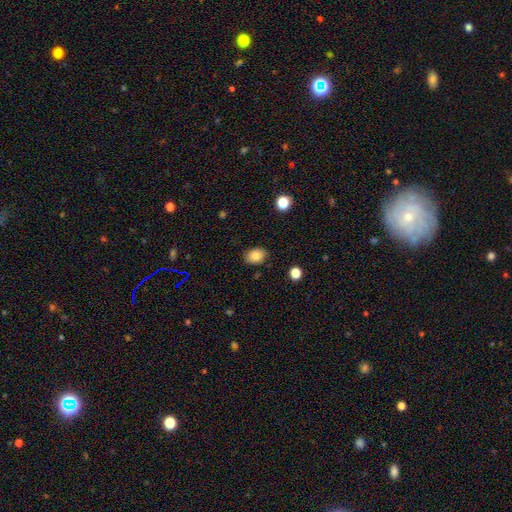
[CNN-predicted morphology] smooth 84%, star or artifact 9%, featured or disk 7%. Down the decision tree: how rounded — in between (72%); merging — none (83%).